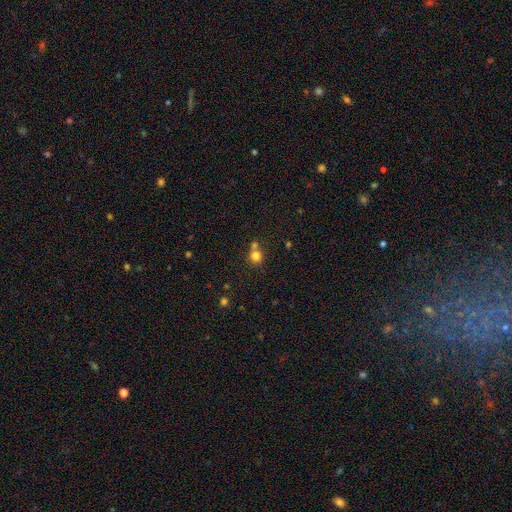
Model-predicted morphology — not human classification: This is likely a smooth galaxy (79%). How rounded: clearly round (85%). Merging: possibly none (58%).